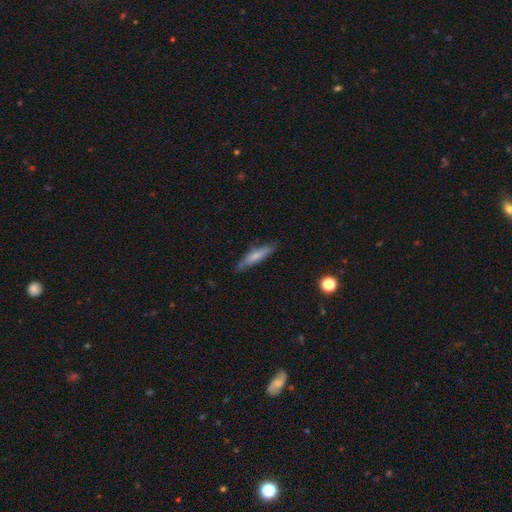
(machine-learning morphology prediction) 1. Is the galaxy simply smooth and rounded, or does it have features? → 64% smooth, 30% featured or disk, 6% star or artifact.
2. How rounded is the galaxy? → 82% cigar-shaped, 17% in between, 2% round.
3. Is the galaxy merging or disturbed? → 79% none, 16% minor disturbance, 3% major disturbance, 2% merger.